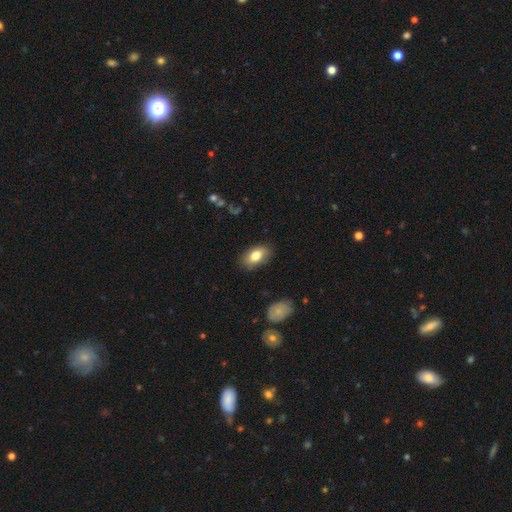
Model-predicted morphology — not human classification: Smooth or featured: smooth — 79% (featured or disk — 14%)
How rounded: in between — 91% (round — 6%)
Merging: none — 84% (minor disturbance — 12%)